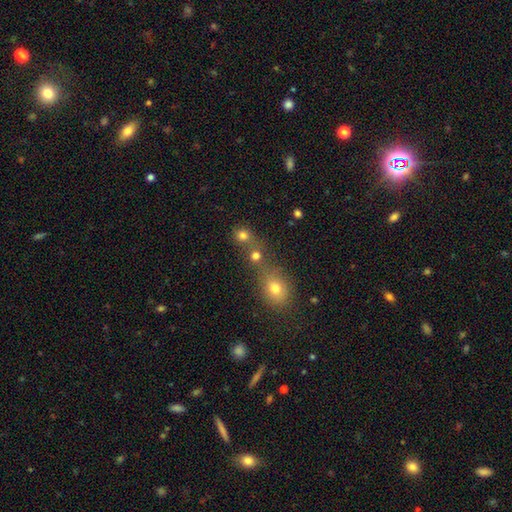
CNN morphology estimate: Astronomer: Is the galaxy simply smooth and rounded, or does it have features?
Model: smooth — 75%.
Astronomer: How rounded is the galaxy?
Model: round — 83%.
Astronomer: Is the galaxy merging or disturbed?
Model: none — 48% (runner-up: merger, 41%).